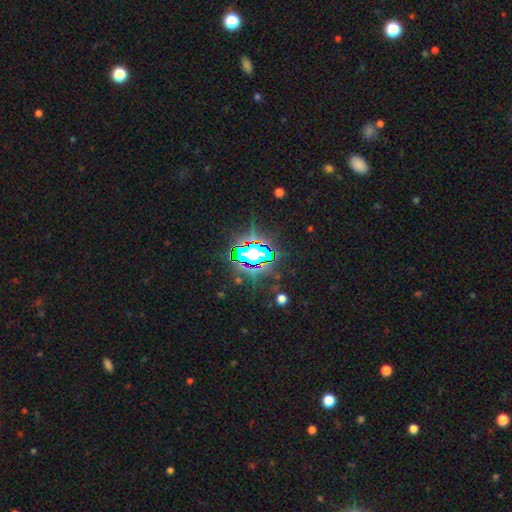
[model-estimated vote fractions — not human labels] The model was most divided on "smooth or featured": star or artifact: 70%, smooth: 17%, featured or disk: 13%.